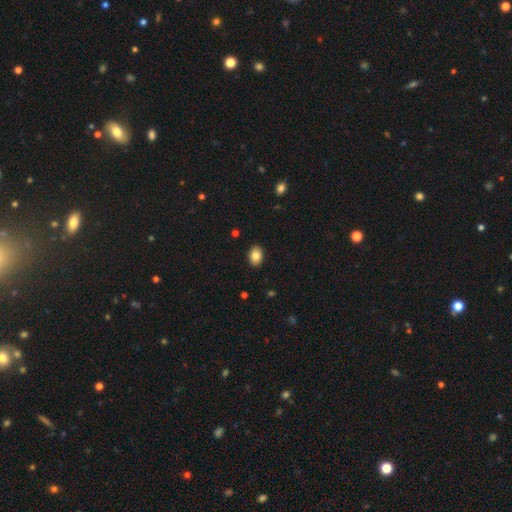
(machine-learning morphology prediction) This is clearly a smooth galaxy (84%). How rounded: clearly in between (80%). Merging: clearly none (90%).